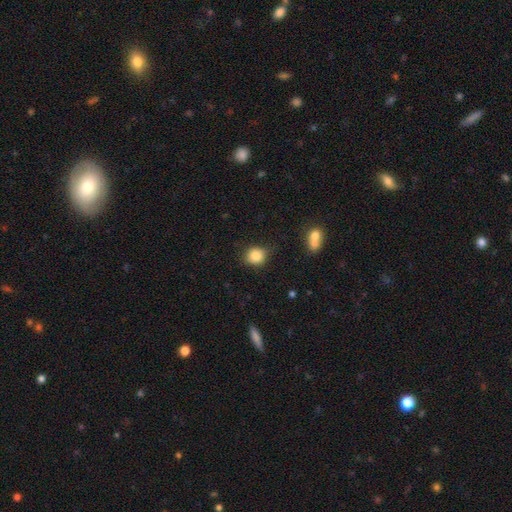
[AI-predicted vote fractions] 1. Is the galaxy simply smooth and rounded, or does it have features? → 85% smooth, 10% star or artifact, 5% featured or disk.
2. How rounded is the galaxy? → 78% round, 21% in between, 1% cigar-shaped.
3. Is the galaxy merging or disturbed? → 78% none, 16% minor disturbance, 4% major disturbance, 3% merger.